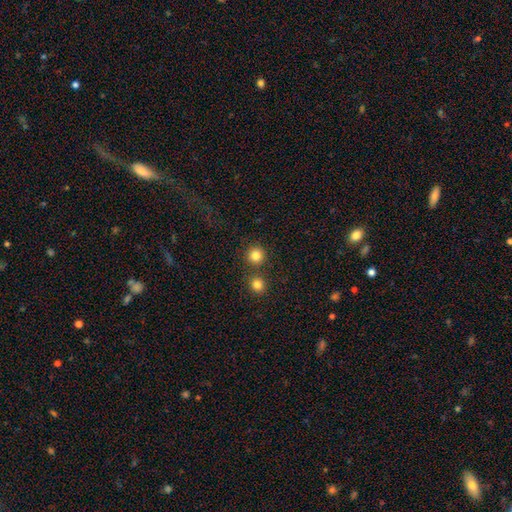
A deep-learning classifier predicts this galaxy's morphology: Smooth or featured?
  - smooth: 83% *
  - star or artifact: 12%
  - featured or disk: 5%
How rounded?
  - round: 94% *
  - in between: 5%
  - cigar-shaped: 1%
Merging?
  - none: 80% *
  - merger: 12%
  - minor disturbance: 6%
  - major disturbance: 2%